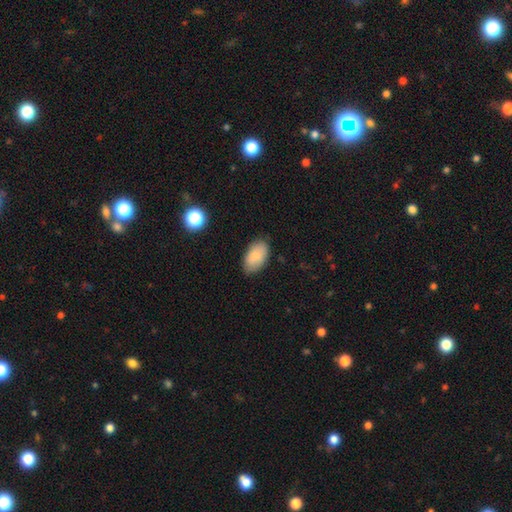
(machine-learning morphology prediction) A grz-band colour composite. It shows a smooth galaxy with no disk features (84%) that is in between round and cigar-shaped (94%). Merging: none (81%).